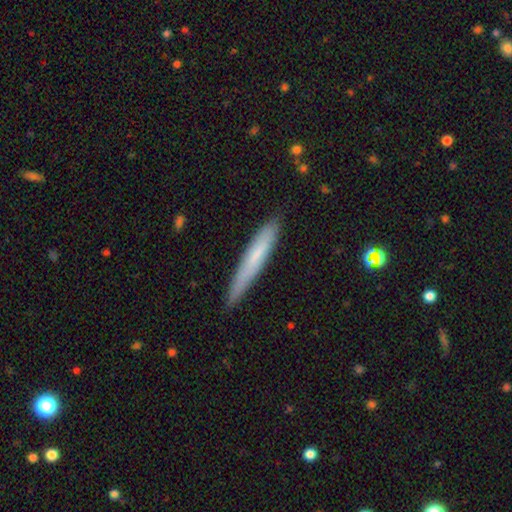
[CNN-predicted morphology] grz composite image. It shows a smooth galaxy with no disk features (65%) that is cigar-shaped (94%). Merging: none (82%).